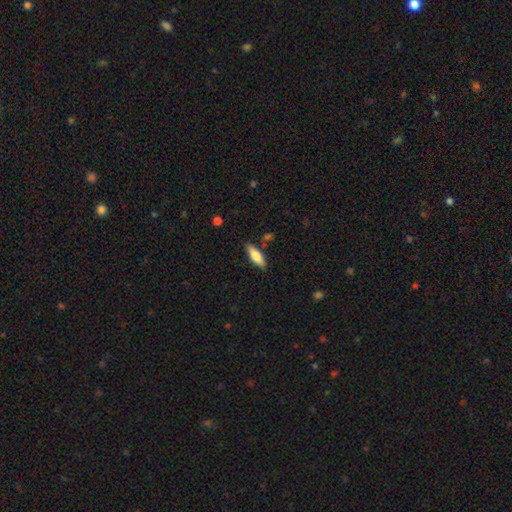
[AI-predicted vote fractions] smooth 65%, featured or disk 29%, star or artifact 6%. Down the decision tree: how rounded — in between (57%); merging — none (83%).